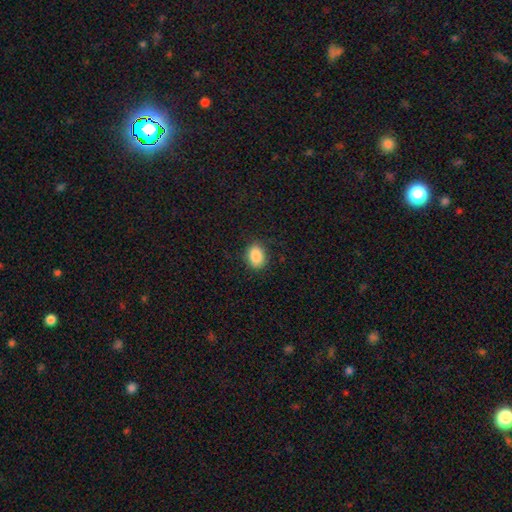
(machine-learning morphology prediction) The model was most divided on "how rounded": in between: 68%, round: 31%, cigar-shaped: 1%. More confident: smooth or featured — smooth (89%); merging — none (85%).